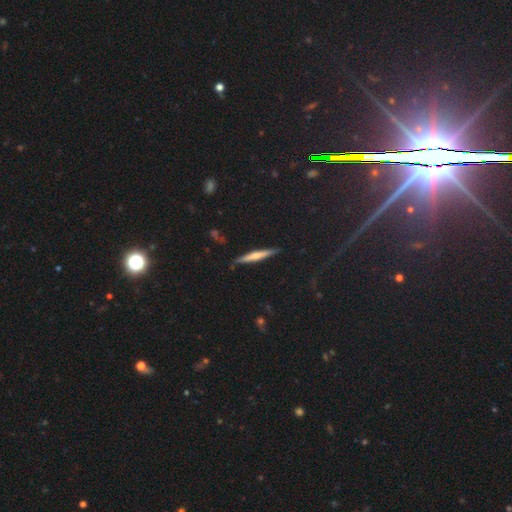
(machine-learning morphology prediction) This appears to be a featured or disk galaxy (47%). Merging: none (88%).